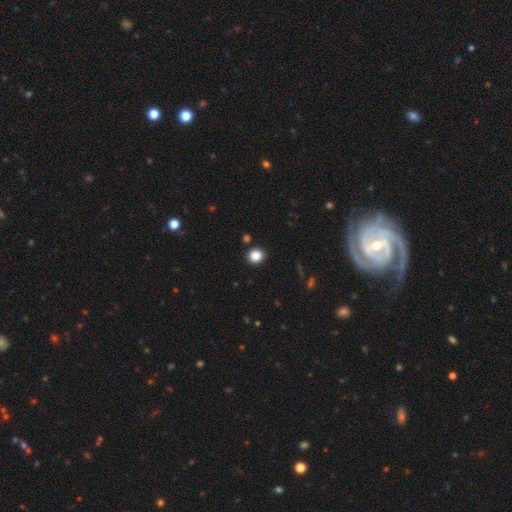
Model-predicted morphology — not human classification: This appears to be a smooth galaxy with no disk features (86%) that is round (88%). Merging: none (91%).